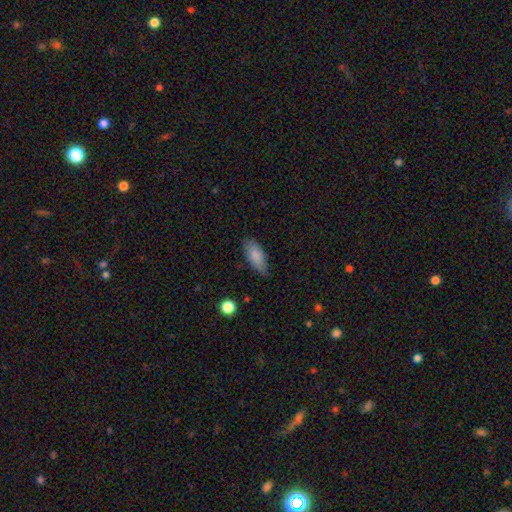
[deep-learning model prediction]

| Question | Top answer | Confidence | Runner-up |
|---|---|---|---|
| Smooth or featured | smooth | 83% | featured or disk (10%) |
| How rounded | in between | 83% | cigar-shaped (15%) |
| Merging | none | 72% | minor disturbance (23%) |